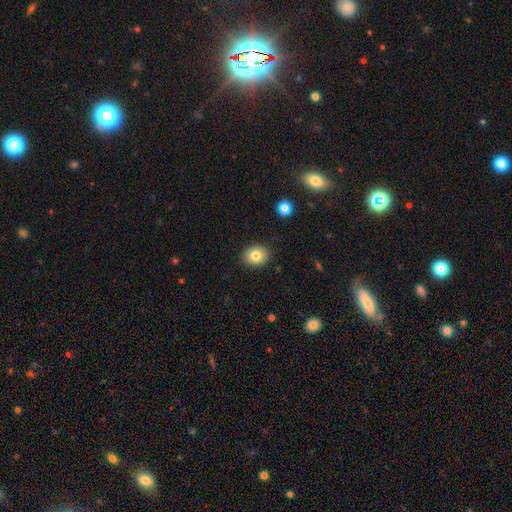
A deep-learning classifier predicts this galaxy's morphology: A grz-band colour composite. It shows a smooth galaxy with no disk features (82%) that is round (59%). Merging: none (90%).